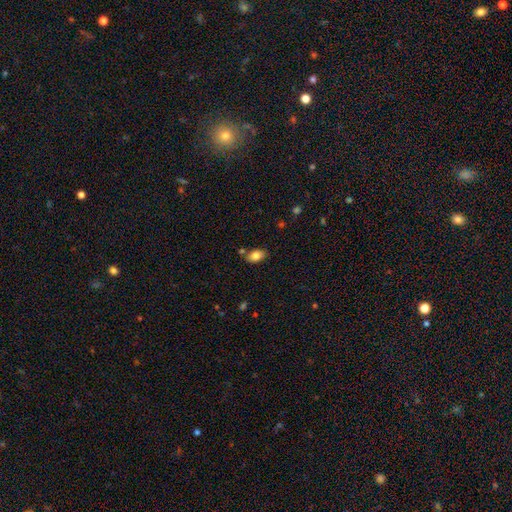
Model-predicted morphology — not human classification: This is clearly a smooth galaxy (82%). How rounded: clearly in between (88%). Merging: likely none (76%).